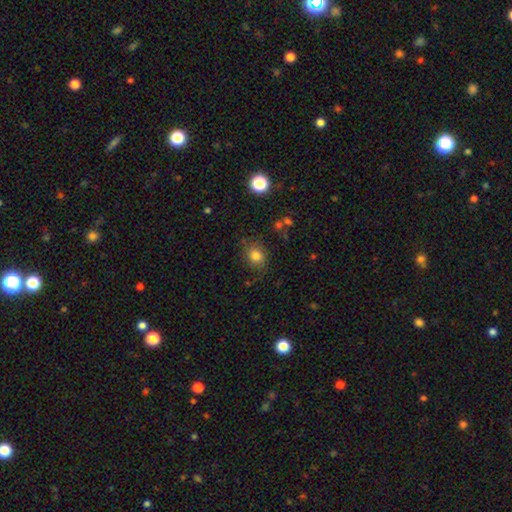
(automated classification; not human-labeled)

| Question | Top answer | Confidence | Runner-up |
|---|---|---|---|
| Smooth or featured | smooth | 80% | star or artifact (13%) |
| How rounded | round | 63% | in between (36%) |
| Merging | none | 80% | minor disturbance (14%) |